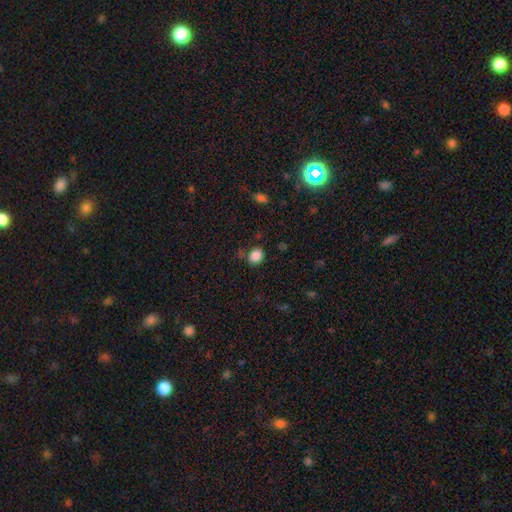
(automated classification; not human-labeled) Smooth or featured: smooth — 85% (star or artifact — 11%)
How rounded: round — 60% (in between — 39%)
Merging: none — 76% (minor disturbance — 15%)